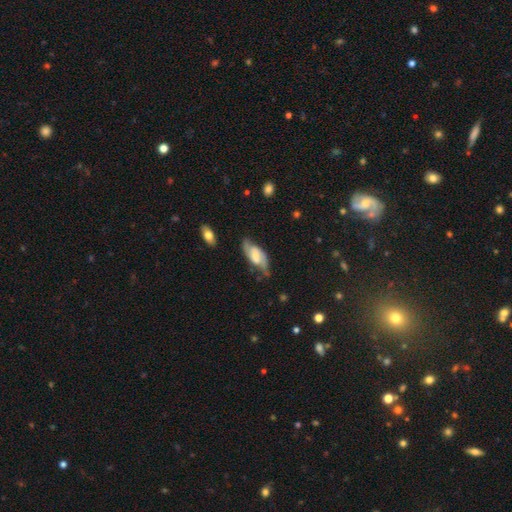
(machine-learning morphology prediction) A featured or disk galaxy (71%) with a weak bar (43%), 2 (87%) medium (47%) spiral arms (91%) and a moderate central bulge (33%).

Vote fractions:
- Smooth or featured? featured or disk: 71% / smooth: 23% / star or artifact: 6%
- Edge-on disk? no: 90% / yes: 10%
- Bar? weak: 43% / no: 39% / strong: 19%
- Spiral arms? yes: 91% / no: 9%
- Spiral winding? medium: 47% / loose: 32% / tight: 21%
- Spiral arm count? 2: 87% / can't tell: 7% / 1: 2% / 3: 1% / 4: 1% / more than 4: 1%
- Bulge size? moderate: 33% / small: 32% / none: 16% / large: 16% / dominant: 3%
- Merging? none: 66% / minor disturbance: 23% / major disturbance: 9% / merger: 2%